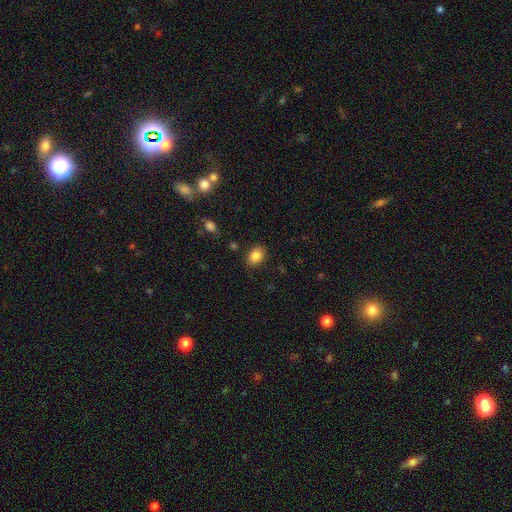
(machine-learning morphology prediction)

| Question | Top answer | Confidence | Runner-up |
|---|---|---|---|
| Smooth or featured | smooth | 85% | star or artifact (9%) |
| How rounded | in between | 62% | round (37%) |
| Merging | none | 86% | minor disturbance (9%) |